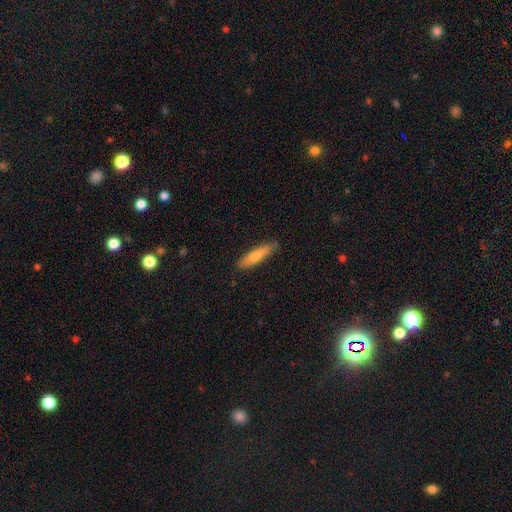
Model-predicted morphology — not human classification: smooth-or-featured: smooth: 56% | featured or disk: 35% | star or artifact: 9%
  how-rounded: cigar-shaped: 81% | in between: 17% | round: 2%
  merging: none: 87% | minor disturbance: 10% | major disturbance: 2% | merger: 1%